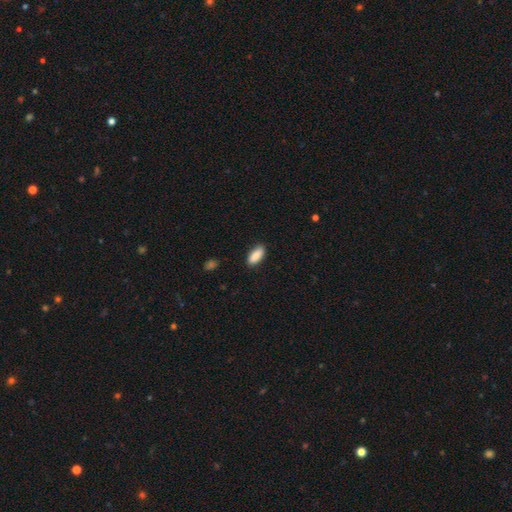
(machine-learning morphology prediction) Q: Smooth or featured?
A: smooth (89%); runner-up: star or artifact (6%)
Q: How rounded?
A: in between (83%); runner-up: cigar-shaped (15%)
Q: Merging?
A: none (87%); runner-up: minor disturbance (10%)